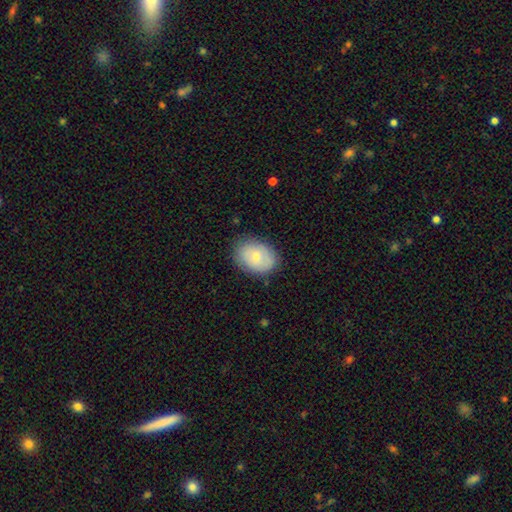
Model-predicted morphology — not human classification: A smooth galaxy with no disk features (68%) that is in between round and cigar-shaped (74%). Merging: none (81%).